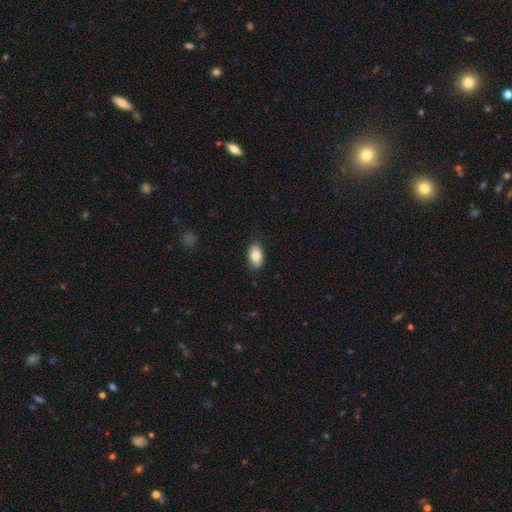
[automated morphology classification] This appears to be a smooth galaxy with no disk features (83%) that is in between round and cigar-shaped (92%). Merging: none (86%).